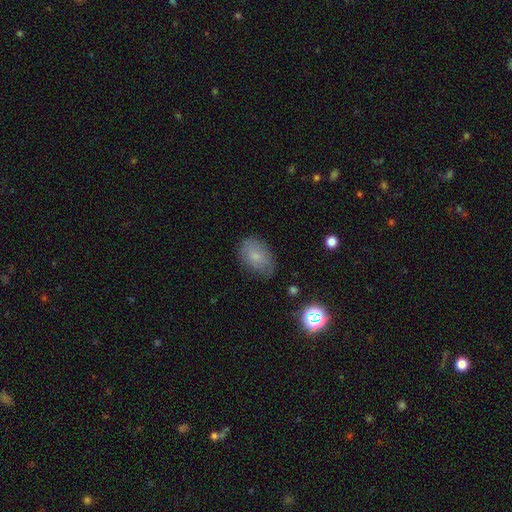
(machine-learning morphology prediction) type=smooth (75%); roundness=in between (86%); merging=none (75%).